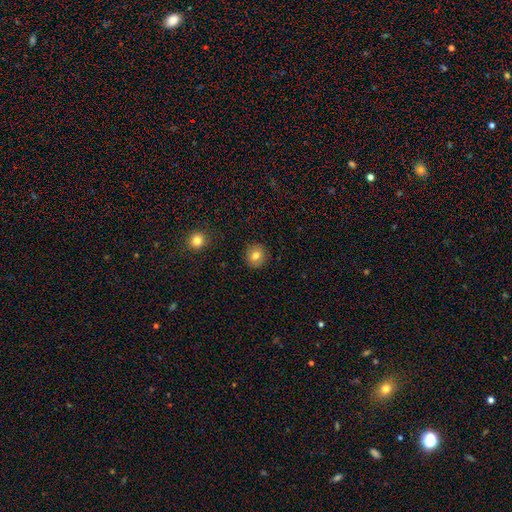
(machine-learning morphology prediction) smooth-or-featured: smooth: 79% | featured or disk: 11% | star or artifact: 10%
  how-rounded: round: 88% | in between: 11% | cigar-shaped: 1%
  merging: none: 90% | minor disturbance: 6% | major disturbance: 2% | merger: 1%